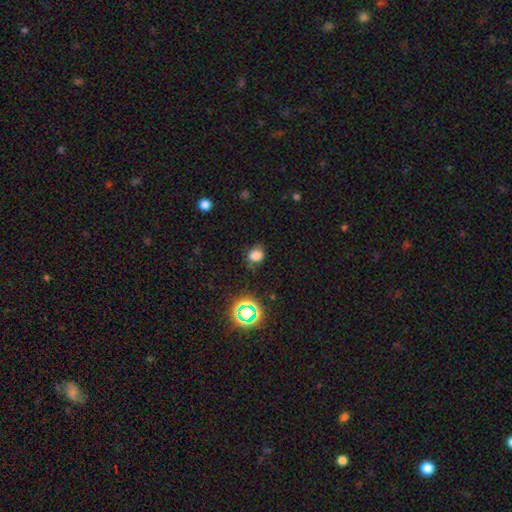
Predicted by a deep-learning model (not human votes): Smooth or featured?
  - smooth: 73% *
  - star or artifact: 19%
  - featured or disk: 8%
How rounded?
  - round: 57% *
  - in between: 42%
  - cigar-shaped: 1%
Merging?
  - none: 69% *
  - minor disturbance: 22%
  - major disturbance: 8%
  - merger: 2%